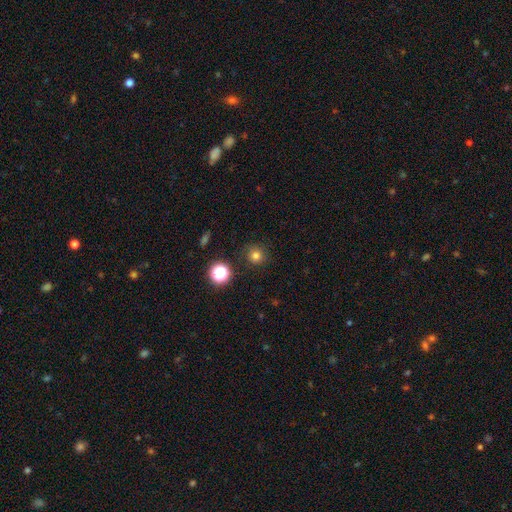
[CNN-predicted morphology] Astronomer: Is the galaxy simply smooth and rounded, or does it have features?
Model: smooth — 75%.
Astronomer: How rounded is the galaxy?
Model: round — 93%.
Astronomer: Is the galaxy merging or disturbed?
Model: none — 86%.